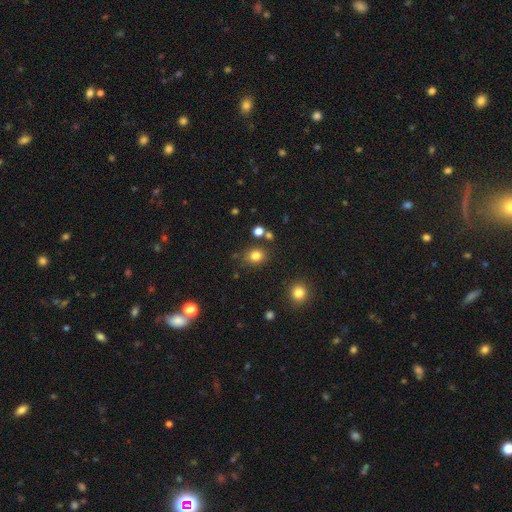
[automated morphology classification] smooth-or-featured: smooth: 80% | star or artifact: 13% | featured or disk: 6%
  how-rounded: round: 65% | in between: 34% | cigar-shaped: 1%
  merging: none: 80% | minor disturbance: 11% | merger: 6% | major disturbance: 4%